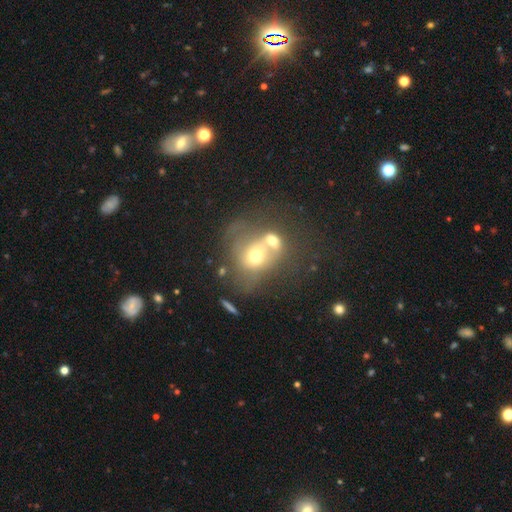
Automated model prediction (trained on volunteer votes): Smooth or featured? smooth (50%)
Merging? merger (64%)